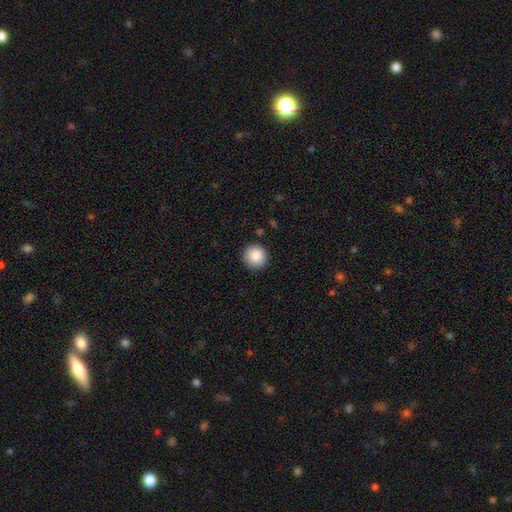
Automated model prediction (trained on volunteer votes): Overall: smooth (88%). How rounded: round (95%). Merging: none (91%).